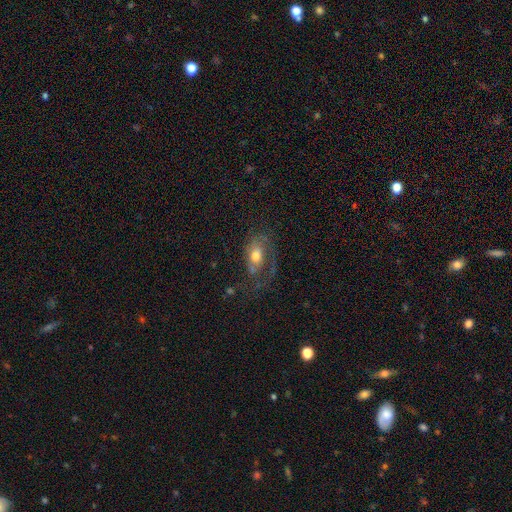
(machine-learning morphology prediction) This is possibly a featured or disk galaxy (52%). It is clearly not viewed edge-on (92%). Merging: marginally none (38%).